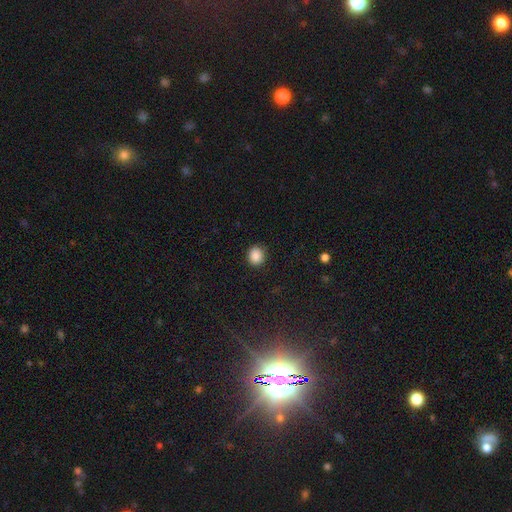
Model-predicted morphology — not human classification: Overall: smooth (88%). How rounded: round (84%). Merging: none (91%).